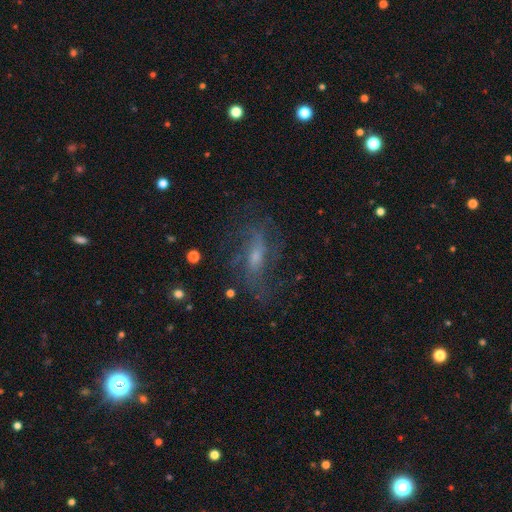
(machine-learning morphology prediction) A featured or disk galaxy (70%) with no bar (47%), 2 (40%) loose (43%) spiral arms (84%) and a small central bulge (47%).

Vote fractions:
- Smooth or featured? featured or disk: 70% / smooth: 19% / star or artifact: 11%
- Edge-on disk? no: 87% / yes: 13%
- Bar? no: 47% / weak: 39% / strong: 14%
- Spiral arms? yes: 84% / no: 16%
- Spiral winding? loose: 43% / medium: 38% / tight: 19%
- Spiral arm count? 2: 40% / can't tell: 32% / 3: 12% / 4: 6% / 1: 6% / more than 4: 4%
- Bulge size? small: 47% / moderate: 38% / none: 9% / large: 5% / dominant: 1%
- Merging? none: 64% / minor disturbance: 18% / major disturbance: 16% / merger: 2%